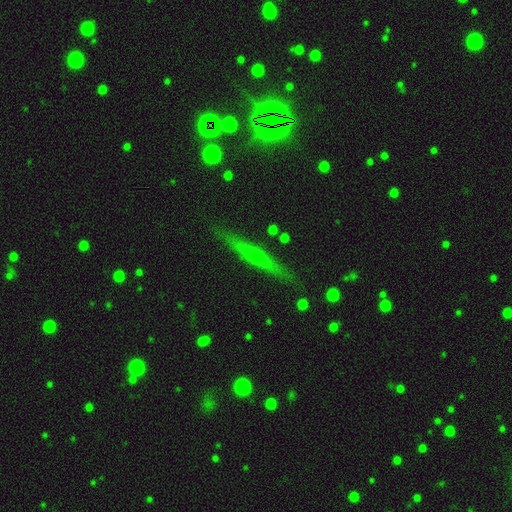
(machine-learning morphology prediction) Smooth or featured? Predicted: featured or disk (p=0.67). Edge-on disk? Predicted: yes (p=0.96). Edge-on bulge? Predicted: rounded (p=0.70). Merging? Predicted: none (p=0.88).